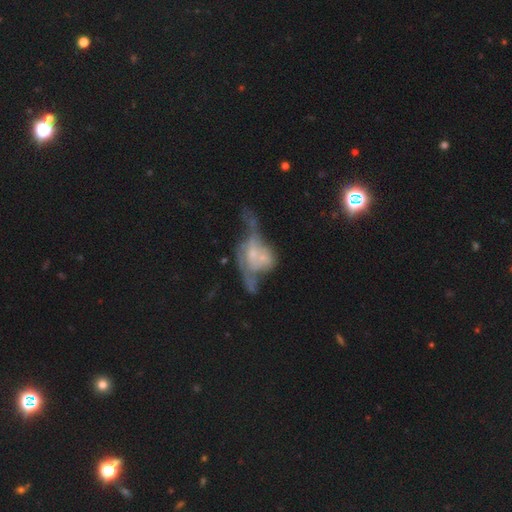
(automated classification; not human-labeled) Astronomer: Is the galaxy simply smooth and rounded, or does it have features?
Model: featured or disk — 63%.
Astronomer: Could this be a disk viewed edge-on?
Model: no — 87%.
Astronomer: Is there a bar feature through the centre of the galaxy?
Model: no — 78%.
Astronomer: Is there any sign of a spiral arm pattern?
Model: no — 60% (runner-up: yes, 40%).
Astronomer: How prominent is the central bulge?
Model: small — 46% (runner-up: none, 28%).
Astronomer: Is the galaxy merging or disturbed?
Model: merger — 43% (runner-up: major disturbance, 30%).